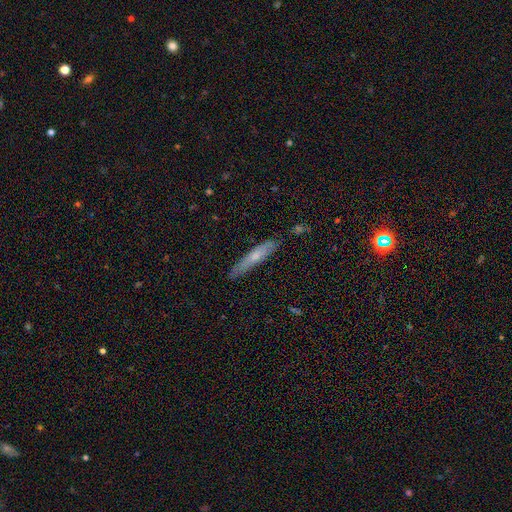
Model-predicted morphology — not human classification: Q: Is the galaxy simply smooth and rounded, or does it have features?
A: smooth — 57%.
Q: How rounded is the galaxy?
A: cigar-shaped — 89%.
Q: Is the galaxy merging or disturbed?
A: none — 81%.